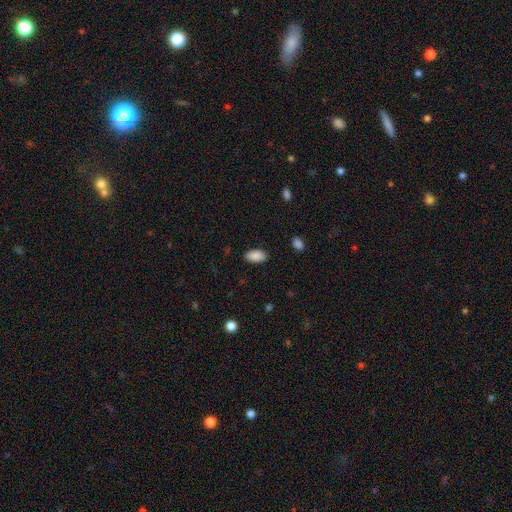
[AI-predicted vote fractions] smooth-or-featured: smooth: 89% | star or artifact: 7% | featured or disk: 4%
  how-rounded: in between: 94% | round: 3% | cigar-shaped: 2%
  merging: none: 87% | minor disturbance: 10% | major disturbance: 3% | merger: 1%